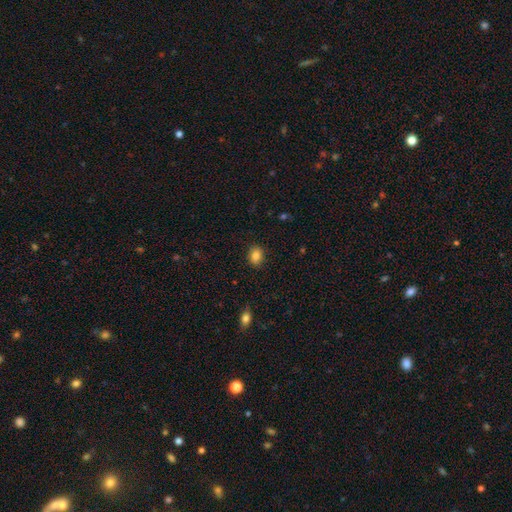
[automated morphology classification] Smooth or featured? Predicted: smooth (p=0.84). How rounded? Predicted: round (p=0.51). Merging? Predicted: none (p=0.88).